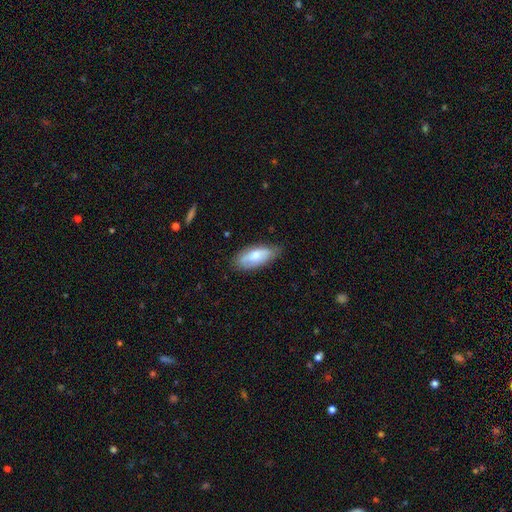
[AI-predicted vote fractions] Smooth or featured? smooth (69%)
How rounded? in between (85%)
Merging? none (71%)